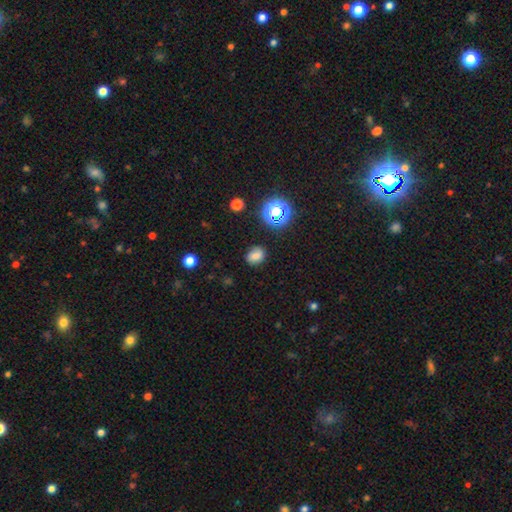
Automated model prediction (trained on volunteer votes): The model was most divided on "how rounded": in between: 55%, round: 44%, cigar-shaped: 1%. More confident: merging — none (81%); smooth or featured — smooth (75%).